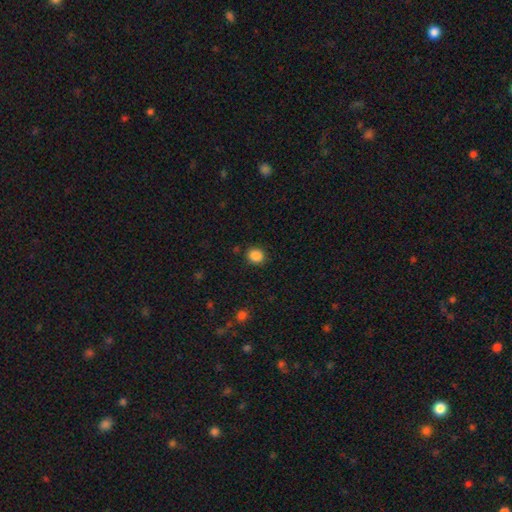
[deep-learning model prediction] Smooth or featured? smooth (87%)
How rounded? round (72%)
Merging? none (88%)